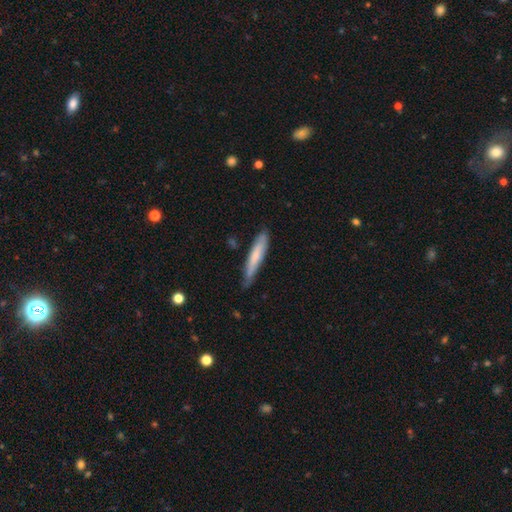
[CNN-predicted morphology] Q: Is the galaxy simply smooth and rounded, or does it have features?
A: smooth — 65%.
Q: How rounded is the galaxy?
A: cigar-shaped — 91%.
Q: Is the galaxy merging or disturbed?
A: none — 73%.